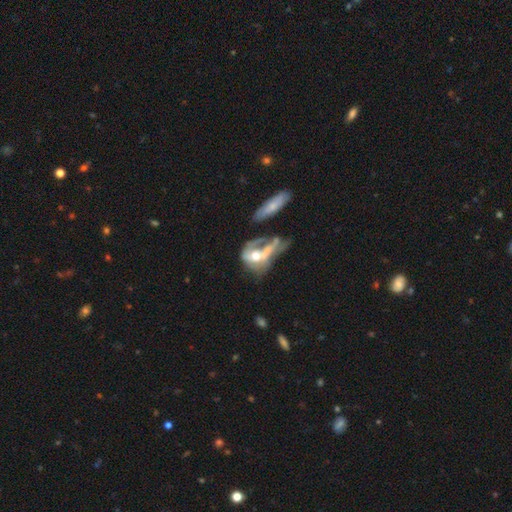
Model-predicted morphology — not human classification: Smooth or featured: featured or disk — 55% (smooth — 36%)
Edge-on disk: no — 90% (yes — 10%)
Merging: merger — 37% (tied with major disturbance — 37%)